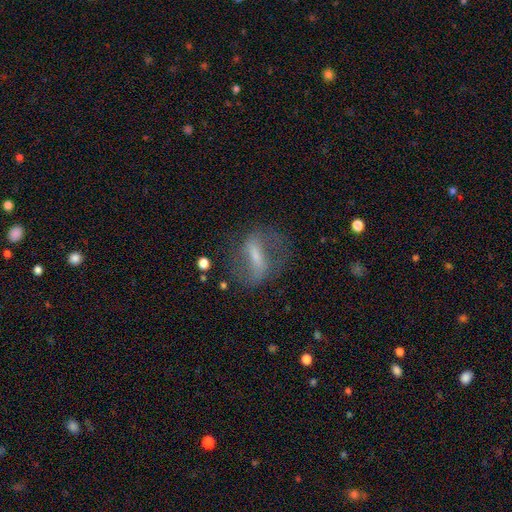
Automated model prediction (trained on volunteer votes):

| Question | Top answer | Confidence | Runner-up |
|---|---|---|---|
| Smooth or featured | featured or disk | 65% | smooth (25%) |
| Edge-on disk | no | 87% | yes (13%) |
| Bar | strong | 58% | weak (29%) |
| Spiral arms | yes | 67% | no (33%) |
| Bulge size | small | 44% | moderate (30%) |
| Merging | none | 66% | minor disturbance (17%) |